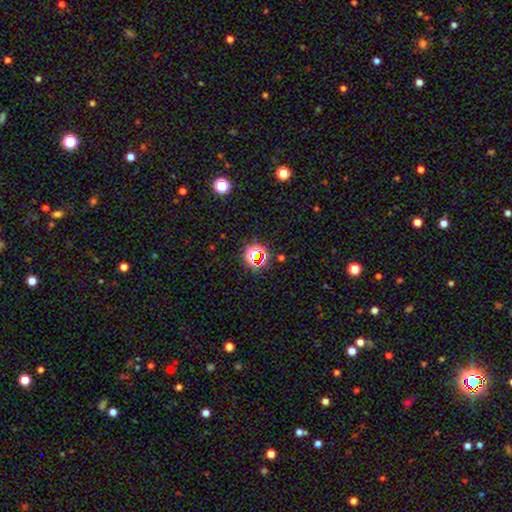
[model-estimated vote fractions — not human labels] Q: Smooth or featured?
A: star or artifact (62%); runner-up: smooth (29%)